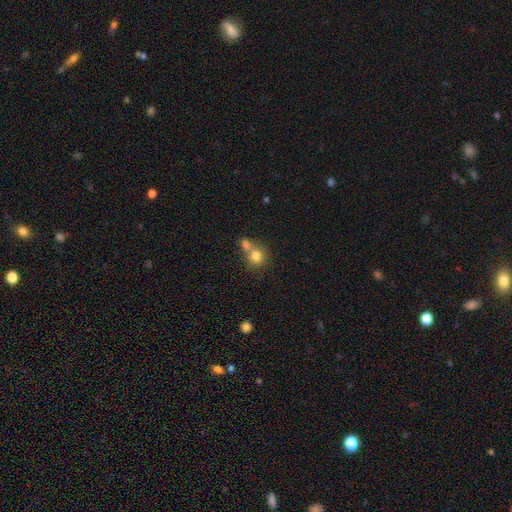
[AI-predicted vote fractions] Smooth or featured? Predicted: smooth (p=0.78). How rounded? Predicted: round (p=0.83). Merging? Predicted: merger (p=0.52).